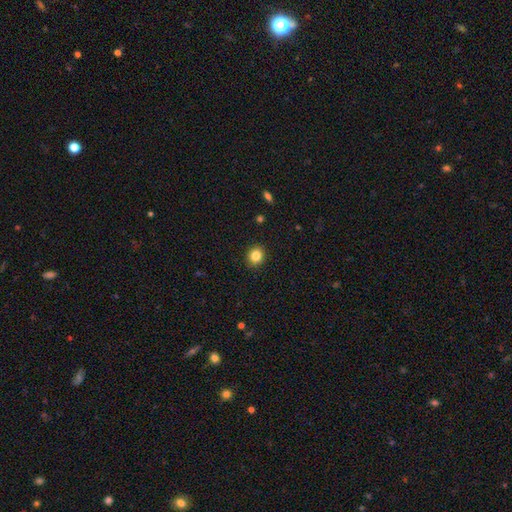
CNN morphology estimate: This appears to be a smooth galaxy with no disk features (84%) that is round (76%). Merging: none (91%).